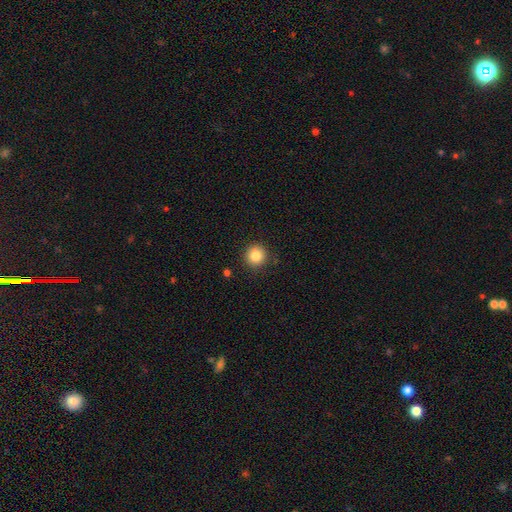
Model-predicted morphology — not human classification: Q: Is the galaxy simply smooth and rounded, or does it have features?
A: smooth — 85%.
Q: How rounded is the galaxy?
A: round — 92%.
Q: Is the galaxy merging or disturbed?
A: none — 89%.